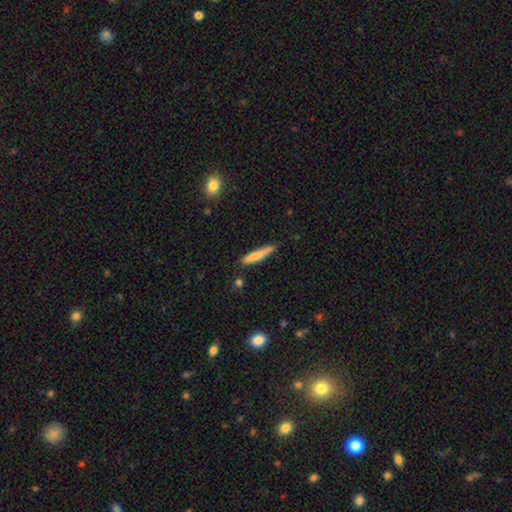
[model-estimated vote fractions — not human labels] Smooth or featured? Predicted: smooth (p=0.77). How rounded? Predicted: cigar-shaped (p=0.90). Merging? Predicted: none (p=0.76).